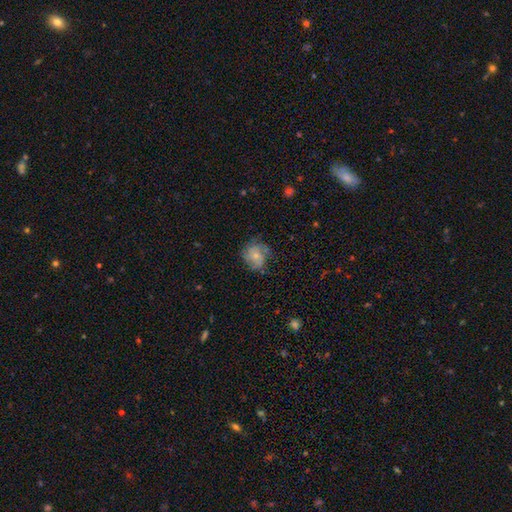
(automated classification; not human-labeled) smooth_or_featured: featured or disk (p=0.52) [alt: smooth p=0.40]
disk_edge_on: no (p=0.98) [alt: yes p=0.02]
bar: no (p=0.78) [alt: weak p=0.19]
has_spiral_arms: yes (p=0.85) [alt: no p=0.15]
bulge_size: small (p=0.65) [alt: moderate p=0.28]
merging: none (p=0.64) [alt: minor disturbance p=0.24]